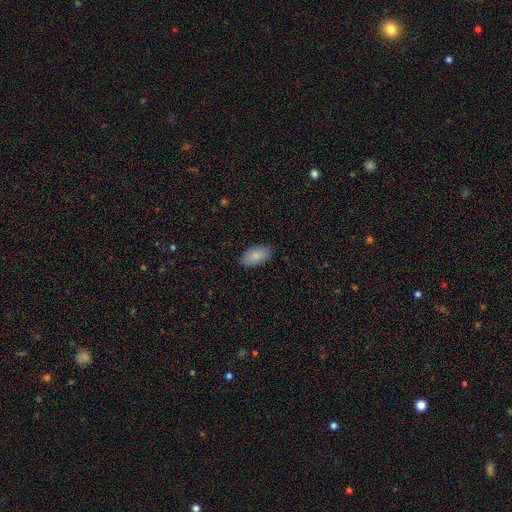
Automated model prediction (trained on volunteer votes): Smooth or featured?
  - smooth: 87% *
  - featured or disk: 7%
  - star or artifact: 6%
How rounded?
  - in between: 94% *
  - round: 3%
  - cigar-shaped: 3%
Merging?
  - none: 87% *
  - minor disturbance: 10%
  - major disturbance: 2%
  - merger: 1%